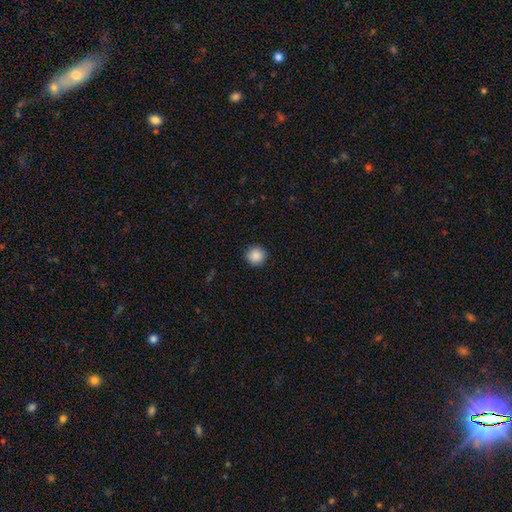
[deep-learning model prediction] A smooth galaxy with no disk features (88%) that is round (95%).

Vote fractions:
- Smooth or featured? smooth: 88% / star or artifact: 9% / featured or disk: 3%
- How rounded? round: 95% / in between: 5% / cigar-shaped: 1%
- Merging? none: 91% / minor disturbance: 6% / major disturbance: 2% / merger: 1%